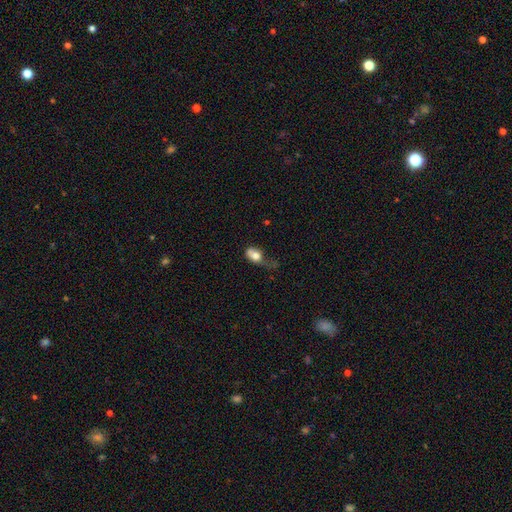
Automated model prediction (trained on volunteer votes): Q: Smooth or featured?
A: smooth (70%); runner-up: featured or disk (21%)
Q: How rounded?
A: in between (72%); runner-up: round (24%)
Q: Merging?
A: major disturbance (42%); runner-up: minor disturbance (25%)